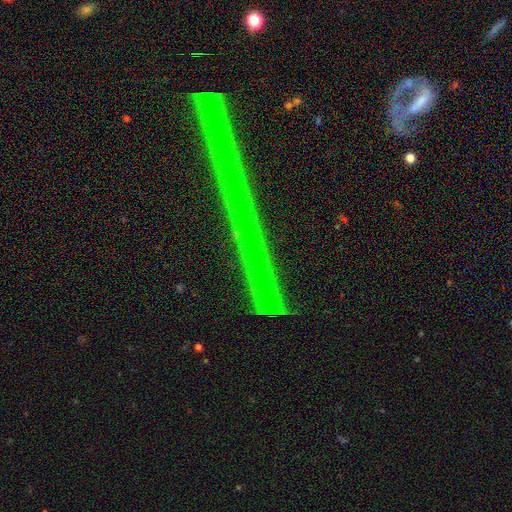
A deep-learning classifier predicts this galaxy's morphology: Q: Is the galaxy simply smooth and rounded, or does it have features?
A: star or artifact — 71%.